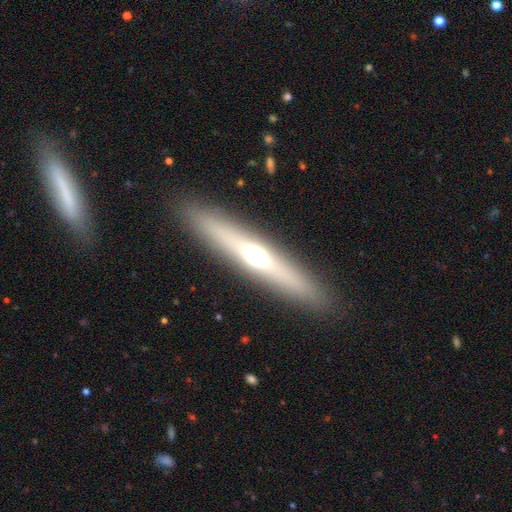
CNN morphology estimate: Smooth or featured? Predicted: featured or disk (p=0.54). Edge-on disk? Predicted: yes (p=0.88). Merging? Predicted: none (p=0.89).